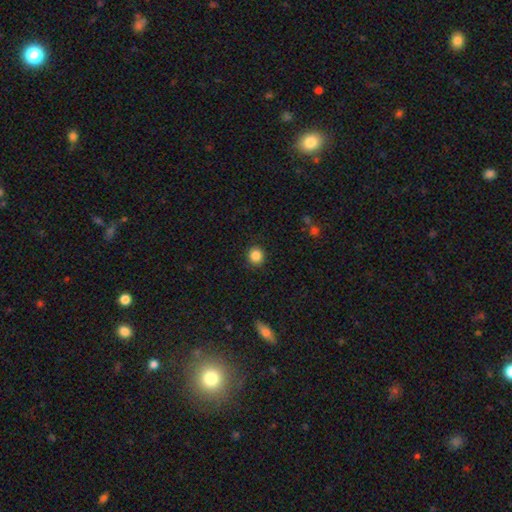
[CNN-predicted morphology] A smooth galaxy with no disk features (86%) that is round (91%). Merging: none (91%).